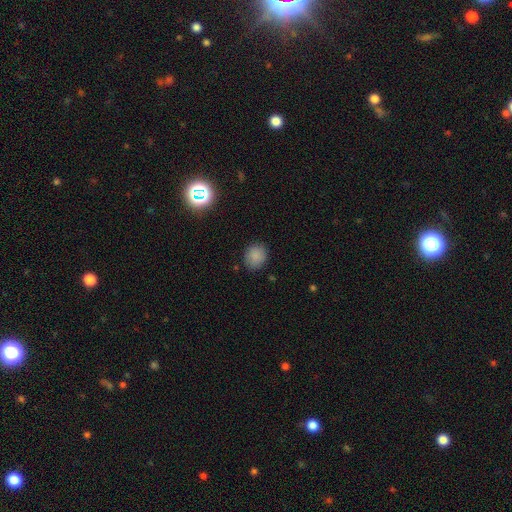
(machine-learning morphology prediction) smooth 85%, star or artifact 11%, featured or disk 4%. Down the decision tree: how rounded — round (71%); merging — none (85%).